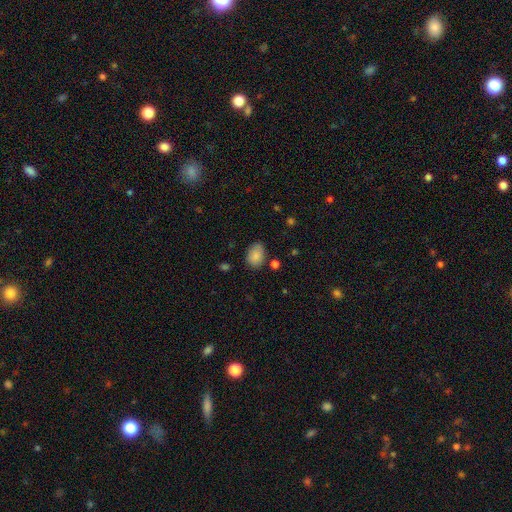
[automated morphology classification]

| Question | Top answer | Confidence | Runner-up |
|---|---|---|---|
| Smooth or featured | smooth | 86% | star or artifact (8%) |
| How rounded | in between | 78% | round (21%) |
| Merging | none | 75% | minor disturbance (18%) |